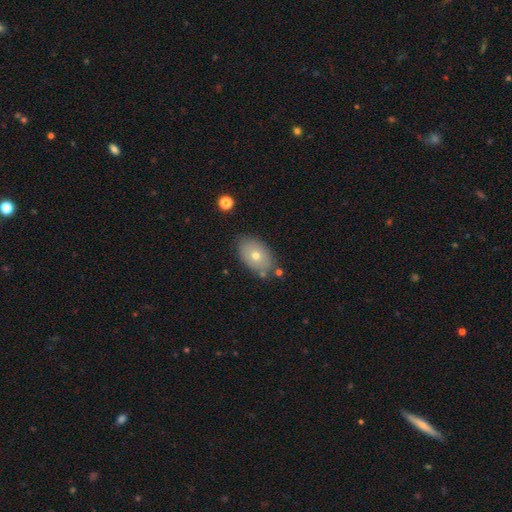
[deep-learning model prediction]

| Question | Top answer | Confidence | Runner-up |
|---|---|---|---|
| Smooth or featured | smooth | 65% | featured or disk (26%) |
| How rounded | in between | 86% | round (13%) |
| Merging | none | 77% | minor disturbance (15%) |